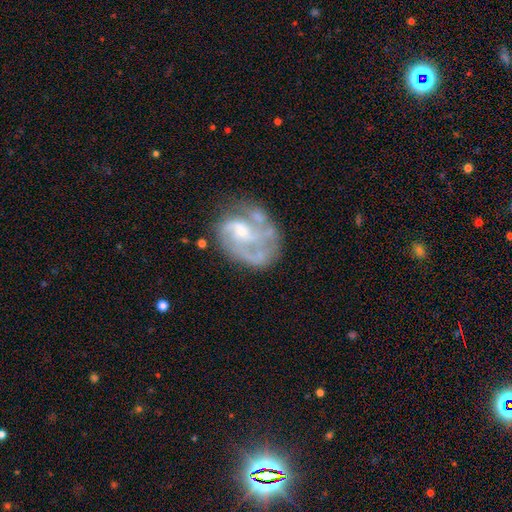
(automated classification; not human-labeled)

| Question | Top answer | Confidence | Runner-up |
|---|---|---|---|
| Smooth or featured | featured or disk | 77% | smooth (16%) |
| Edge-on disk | no | 98% | yes (2%) |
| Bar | no | 58% | weak (35%) |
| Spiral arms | yes | 82% | no (18%) |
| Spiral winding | medium | 44% | loose (33%) |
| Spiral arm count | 2 | 33% | can't tell (24%) |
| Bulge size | small | 53% | moderate (27%) |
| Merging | none | 41% | major disturbance (30%) |